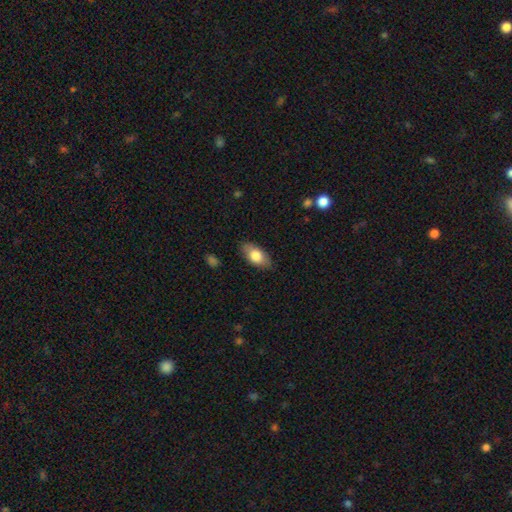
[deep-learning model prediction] smooth-or-featured: smooth: 75% | featured or disk: 19% | star or artifact: 6%
  how-rounded: in between: 90% | cigar-shaped: 5% | round: 4%
  merging: none: 83% | minor disturbance: 14% | major disturbance: 3% | merger: 1%